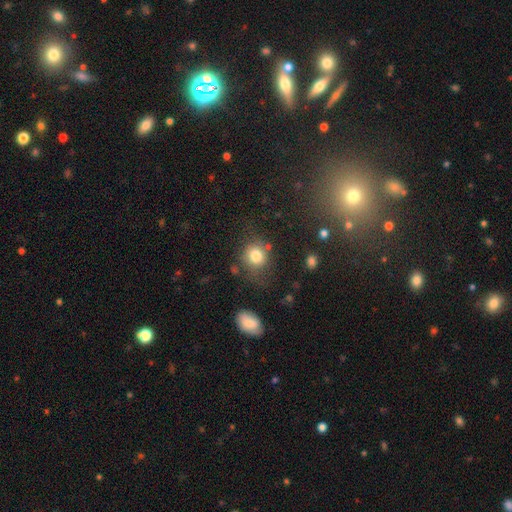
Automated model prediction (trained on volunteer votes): Smooth or featured: smooth — 81% (star or artifact — 10%)
How rounded: round — 79% (in between — 20%)
Merging: none — 66% (minor disturbance — 19%)